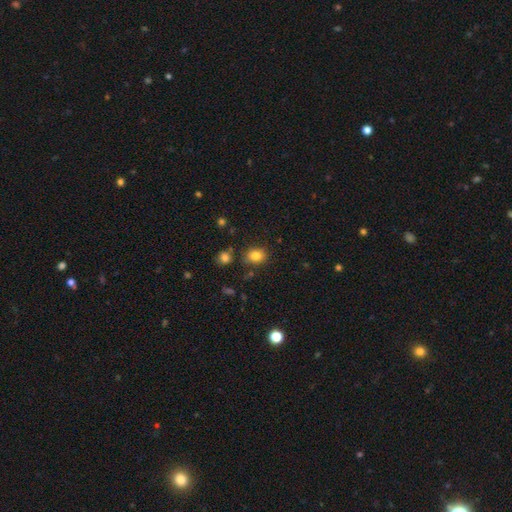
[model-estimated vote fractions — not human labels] Smooth or featured?
  - smooth: 82% *
  - star or artifact: 11%
  - featured or disk: 7%
How rounded?
  - round: 51% *
  - in between: 48%
  - cigar-shaped: 1%
Merging?
  - none: 80% *
  - minor disturbance: 13%
  - merger: 4%
  - major disturbance: 3%